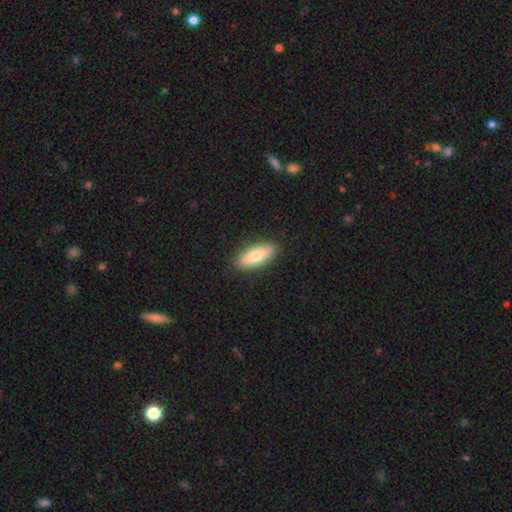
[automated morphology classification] Smooth or featured: smooth — 74% (featured or disk — 20%)
How rounded: in between — 67% (cigar-shaped — 30%)
Merging: none — 89% (minor disturbance — 8%)